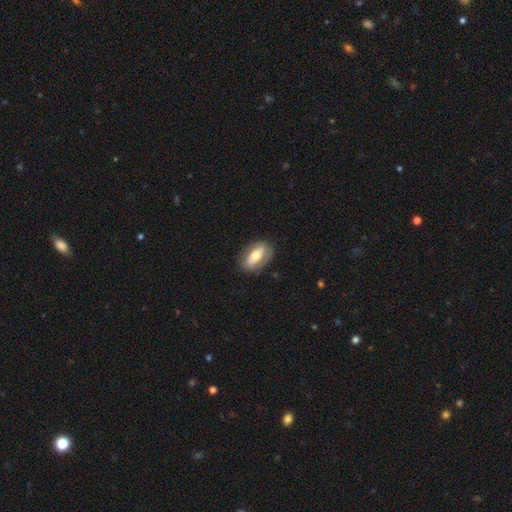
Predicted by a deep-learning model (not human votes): Q: Smooth or featured?
A: smooth (52%); runner-up: featured or disk (42%)
Q: How rounded?
A: in between (88%); runner-up: round (7%)
Q: Merging?
A: none (82%); runner-up: minor disturbance (13%)